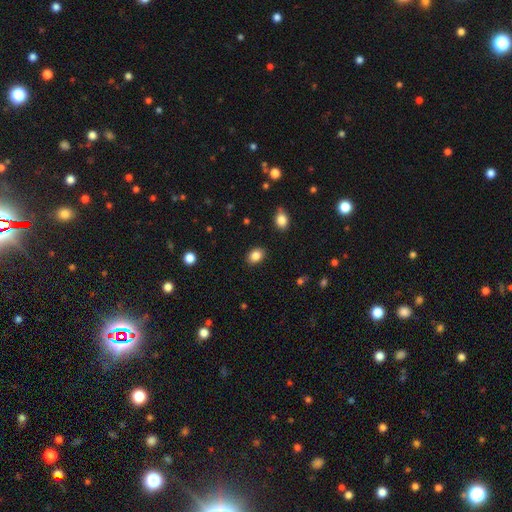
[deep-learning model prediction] smooth 86%, star or artifact 9%, featured or disk 5%. Down the decision tree: how rounded — in between (66%); merging — none (88%).